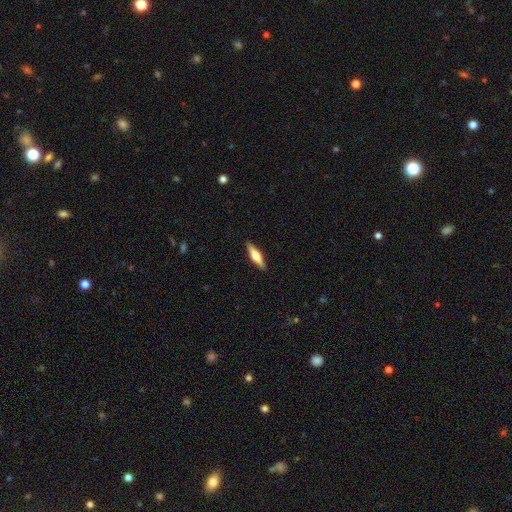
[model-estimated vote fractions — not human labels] featured or disk 49%, smooth 45%, star or artifact 6%. Down the decision tree: merging — none (90%).